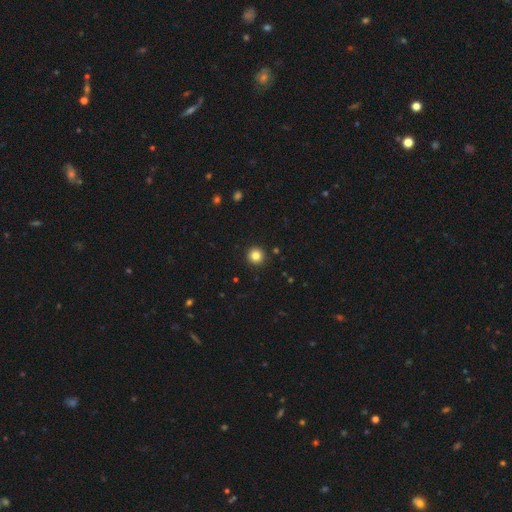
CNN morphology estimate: The model was most divided on "smooth or featured": smooth: 83%, star or artifact: 12%, featured or disk: 5%. More confident: how rounded — round (96%); merging — none (93%).